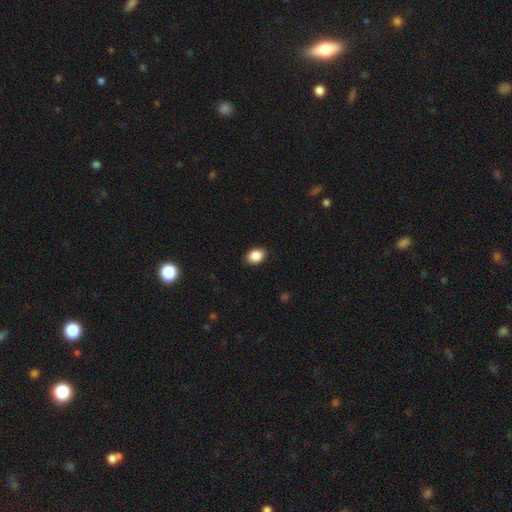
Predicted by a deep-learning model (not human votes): Smooth or featured? Predicted: smooth (p=0.88). How rounded? Predicted: in between (p=0.77). Merging? Predicted: none (p=0.88).